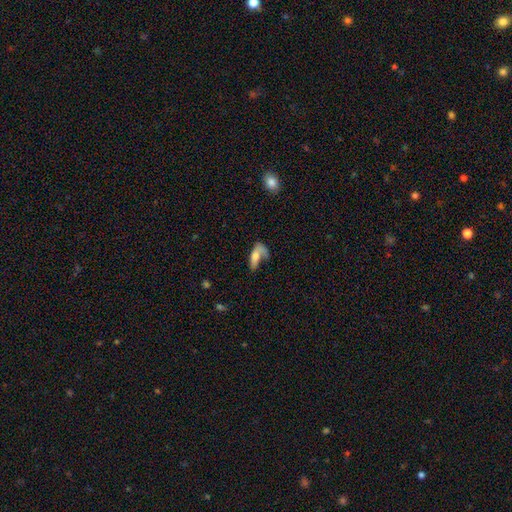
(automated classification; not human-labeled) A smooth galaxy with no disk features (58%) that is in between round and cigar-shaped (70%).

Vote fractions:
- Smooth or featured? smooth: 58% / featured or disk: 33% / star or artifact: 9%
- How rounded? in between: 70% / cigar-shaped: 26% / round: 4%
- Merging? major disturbance: 38% / none: 29% / minor disturbance: 18% / merger: 15%